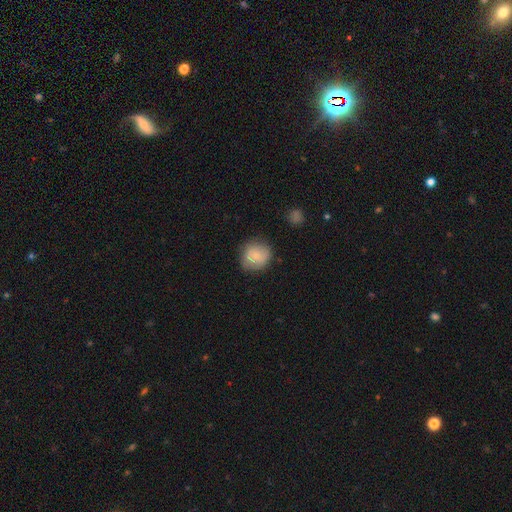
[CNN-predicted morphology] Smooth or featured: smooth — 79% (featured or disk — 14%)
How rounded: round — 83% (in between — 16%)
Merging: none — 74% (minor disturbance — 19%)